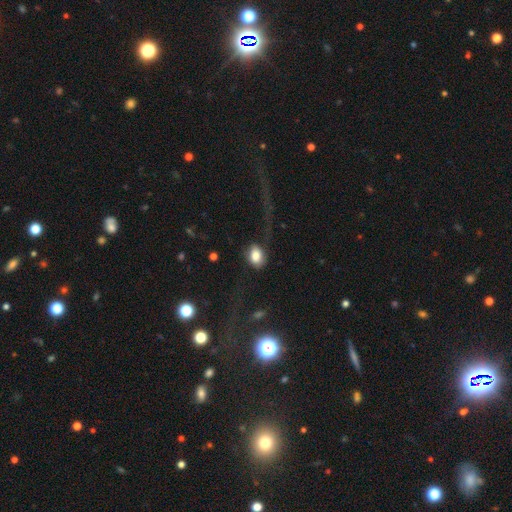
Q: Smooth or featured?
A: smooth (64%); runner-up: featured or disk (31%)
Q: How rounded?
A: in between (64%); runner-up: round (36%)
Q: Merging?
A: none (54%); runner-up: major disturbance (32%)